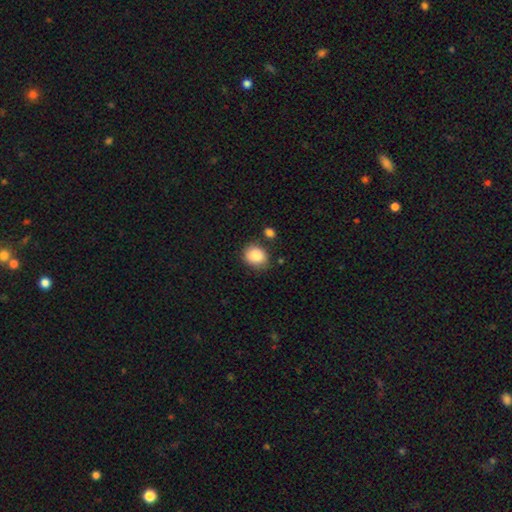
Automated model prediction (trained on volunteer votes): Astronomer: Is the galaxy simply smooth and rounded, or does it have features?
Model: smooth — 88%.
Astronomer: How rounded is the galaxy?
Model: round — 60% (runner-up: in between, 39%).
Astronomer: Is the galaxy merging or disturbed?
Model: none — 73%.